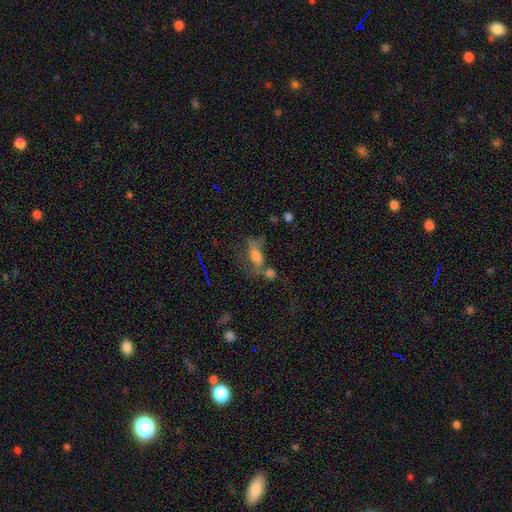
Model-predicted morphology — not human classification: smooth 58%, featured or disk 28%, star or artifact 14%. Down the decision tree: how rounded — in between (74%); merging — none (31%).